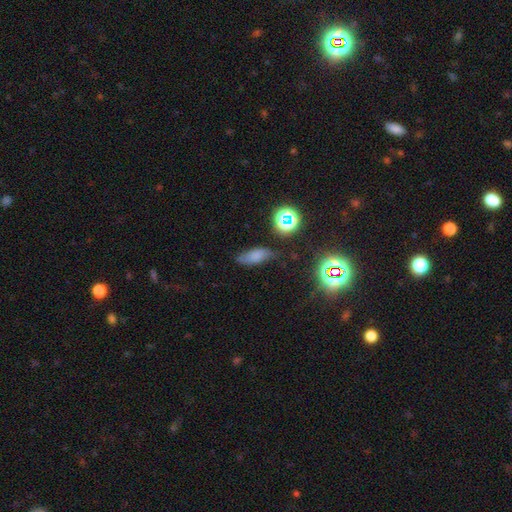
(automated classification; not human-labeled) smooth_or_featured: smooth (p=0.67) [alt: star or artifact p=0.17]
how_rounded: in between (p=0.75) [alt: cigar-shaped p=0.19]
merging: none (p=0.67) [alt: minor disturbance p=0.24]